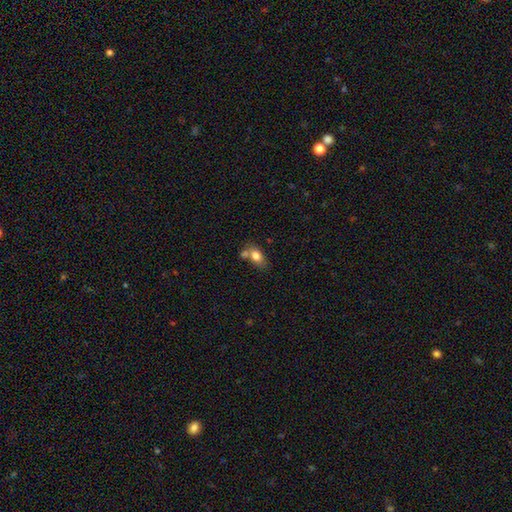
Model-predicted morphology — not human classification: This is likely a smooth galaxy (79%). How rounded: clearly in between (81%). Merging: possibly none (47%).